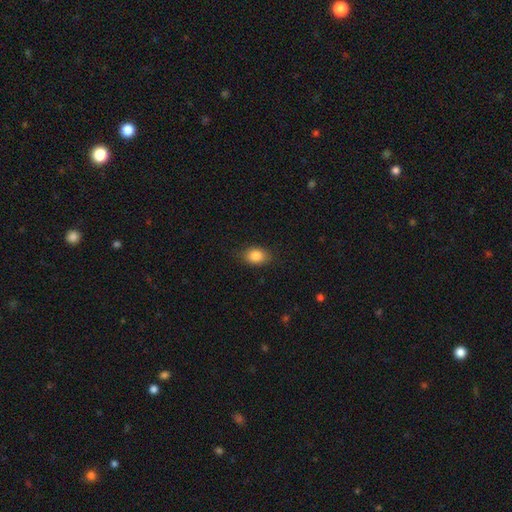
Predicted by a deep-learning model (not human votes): Smooth or featured: smooth — 86% (star or artifact — 8%)
How rounded: in between — 76% (round — 23%)
Merging: none — 83% (minor disturbance — 13%)